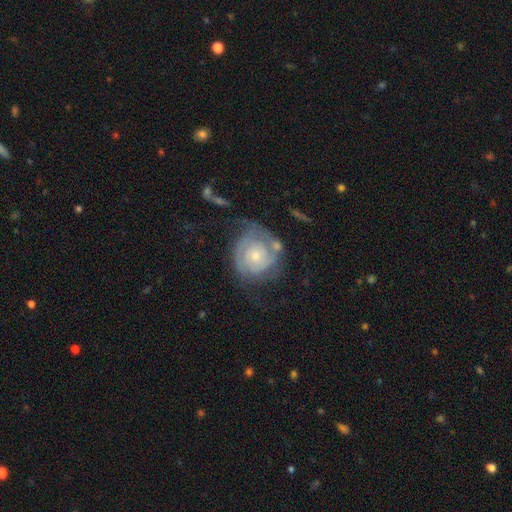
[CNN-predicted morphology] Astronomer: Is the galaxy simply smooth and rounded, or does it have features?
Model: featured or disk — 77%.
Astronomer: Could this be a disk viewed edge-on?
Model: no — 97%.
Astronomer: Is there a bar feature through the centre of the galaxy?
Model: no — 79%.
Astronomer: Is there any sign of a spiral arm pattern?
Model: yes — 89%.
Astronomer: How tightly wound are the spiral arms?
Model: tight — 69%.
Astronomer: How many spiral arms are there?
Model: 2 — 42% (runner-up: can't tell, 30%).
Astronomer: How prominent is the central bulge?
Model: small — 59% (runner-up: moderate, 35%).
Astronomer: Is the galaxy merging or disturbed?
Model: none — 49%.